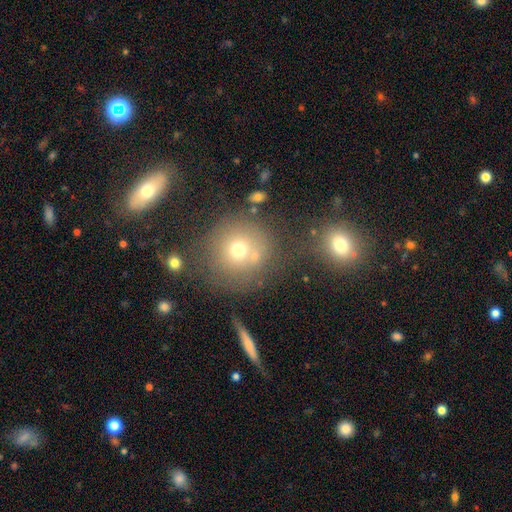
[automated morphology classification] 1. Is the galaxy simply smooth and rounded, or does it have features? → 66% smooth, 19% star or artifact, 15% featured or disk.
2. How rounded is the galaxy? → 90% round, 9% in between, 1% cigar-shaped.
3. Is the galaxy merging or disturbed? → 65% none, 18% merger, 11% minor disturbance, 6% major disturbance.